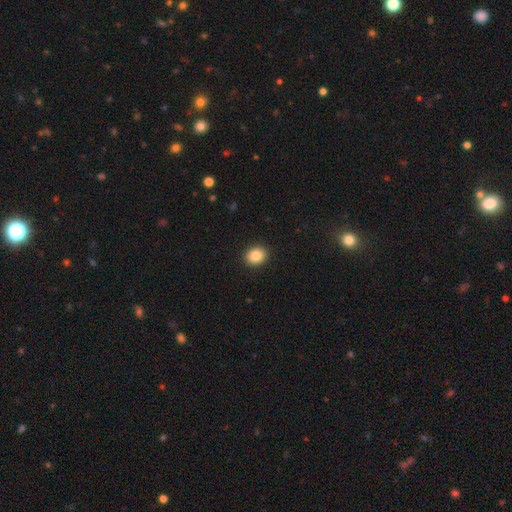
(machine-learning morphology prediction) A smooth galaxy with no disk features (86%) that is round (65%).

Vote fractions:
- Smooth or featured? smooth: 86% / star or artifact: 9% / featured or disk: 5%
- How rounded? round: 65% / in between: 34% / cigar-shaped: 1%
- Merging? none: 92% / minor disturbance: 6% / major disturbance: 2% / merger: 1%